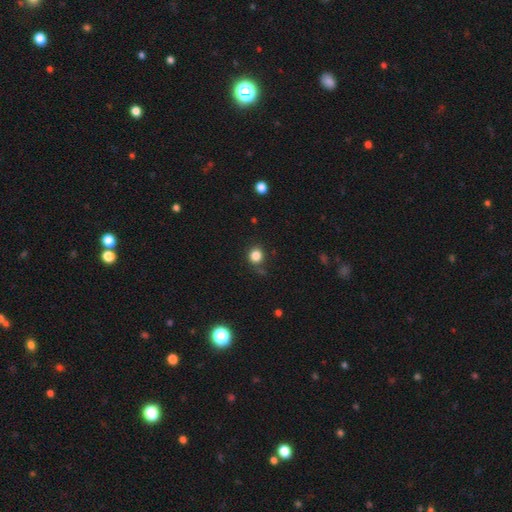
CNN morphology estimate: A smooth galaxy with no disk features (84%) that is round (84%).

Vote fractions:
- Smooth or featured? smooth: 84% / star or artifact: 12% / featured or disk: 4%
- How rounded? round: 84% / in between: 15% / cigar-shaped: 1%
- Merging? none: 80% / minor disturbance: 13% / major disturbance: 4% / merger: 3%